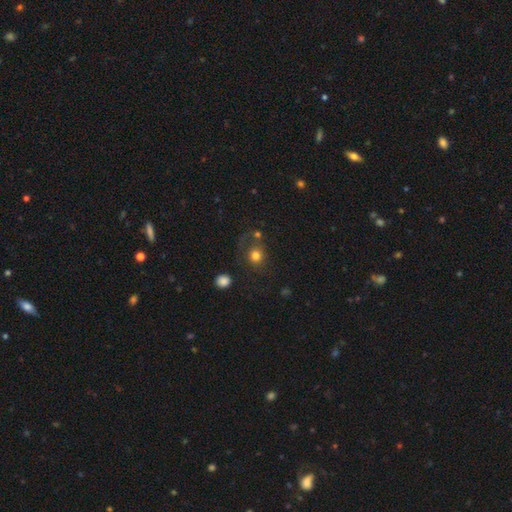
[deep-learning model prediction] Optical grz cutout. It shows a smooth galaxy with no disk features (76%) that is round (82%). Merging: none (56%).